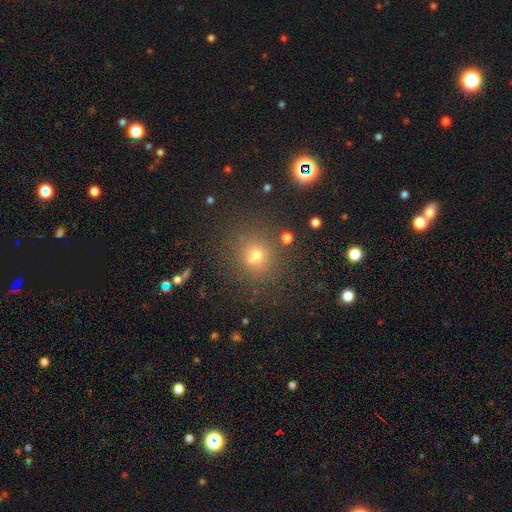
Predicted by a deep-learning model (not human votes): Overall: smooth (65%). How rounded: round (85%). Merging: none (71%).